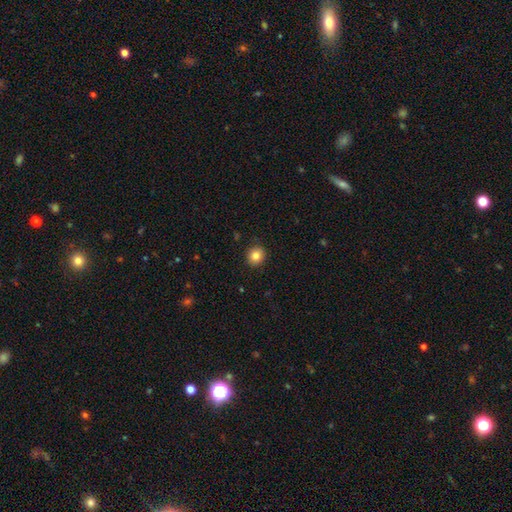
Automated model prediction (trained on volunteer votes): A smooth galaxy with no disk features (84%) that is round (80%). Merging: none (90%).